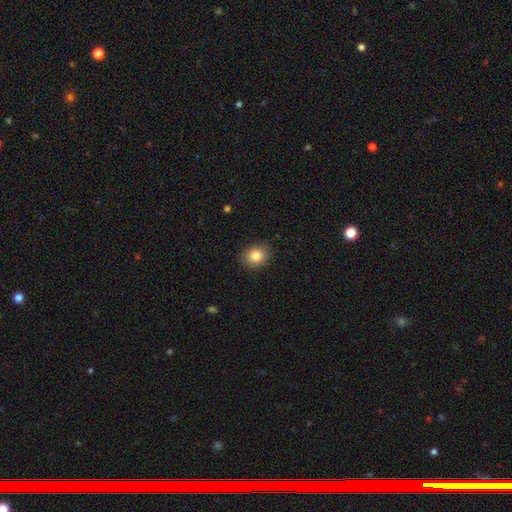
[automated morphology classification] Smooth or featured?
  - smooth: 85% *
  - star or artifact: 10%
  - featured or disk: 6%
How rounded?
  - round: 61% *
  - in between: 38%
  - cigar-shaped: 1%
Merging?
  - none: 89% *
  - minor disturbance: 8%
  - major disturbance: 2%
  - merger: 1%